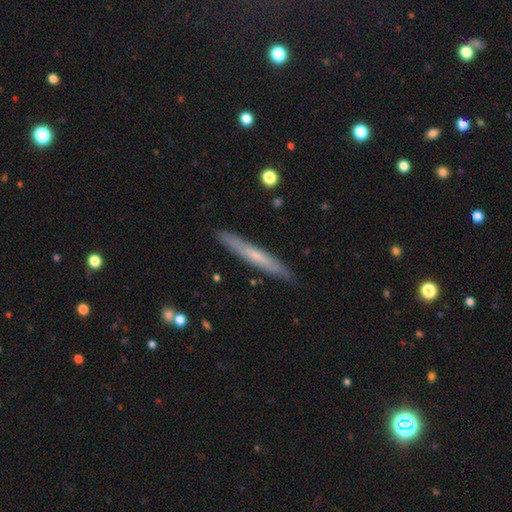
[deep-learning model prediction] smooth_or_featured: smooth (p=0.49) [alt: featured or disk p=0.46]
merging: none (p=0.88) [alt: minor disturbance p=0.09]